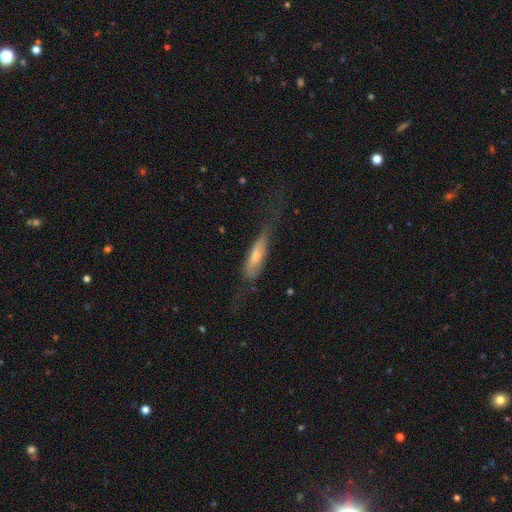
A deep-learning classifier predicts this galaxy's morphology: Smooth or featured? Predicted: smooth (p=0.49). Merging? Predicted: none (p=0.43).